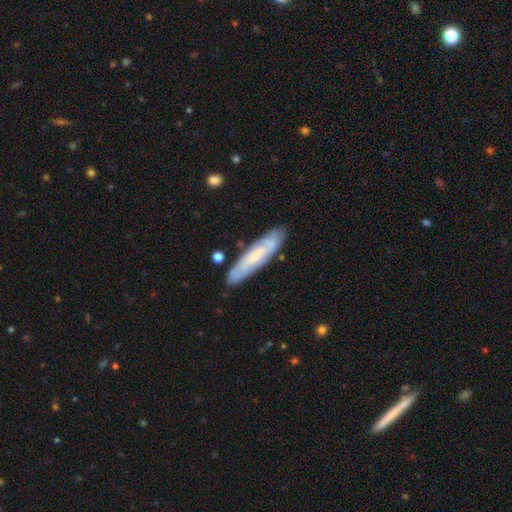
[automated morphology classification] Smooth or featured?
  - featured or disk: 51% *
  - smooth: 42%
  - star or artifact: 7%
Edge-on disk?
  - no: 57% *
  - yes: 43%
Merging?
  - none: 82% *
  - minor disturbance: 13%
  - major disturbance: 3%
  - merger: 2%